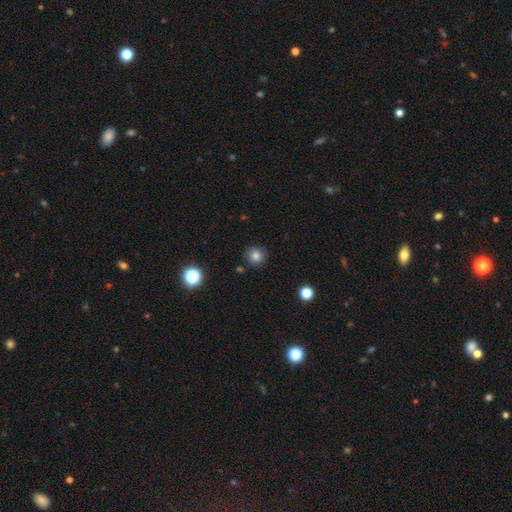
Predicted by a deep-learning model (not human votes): Smooth or featured? Predicted: smooth (p=0.81). How rounded? Predicted: round (p=0.93). Merging? Predicted: none (p=0.88).